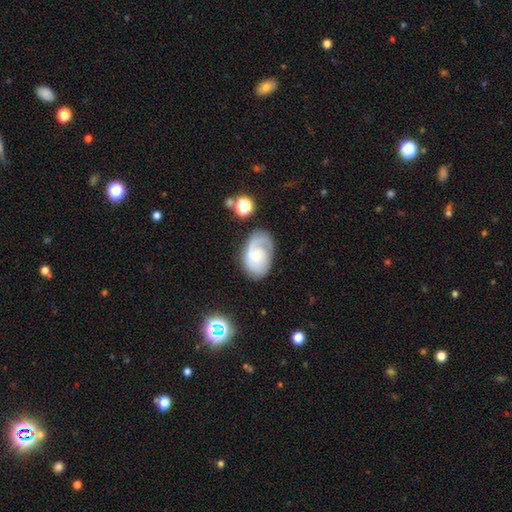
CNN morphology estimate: Smooth or featured? Predicted: featured or disk (p=0.70). Edge-on disk? Predicted: no (p=0.97). Bar? Predicted: no (p=0.71). Spiral arms? Predicted: yes (p=0.91). Spiral winding? Predicted: tight (p=0.51). Spiral arm count? Predicted: 1 (p=0.42). Bulge size? Predicted: small (p=0.57). Merging? Predicted: none (p=0.66).